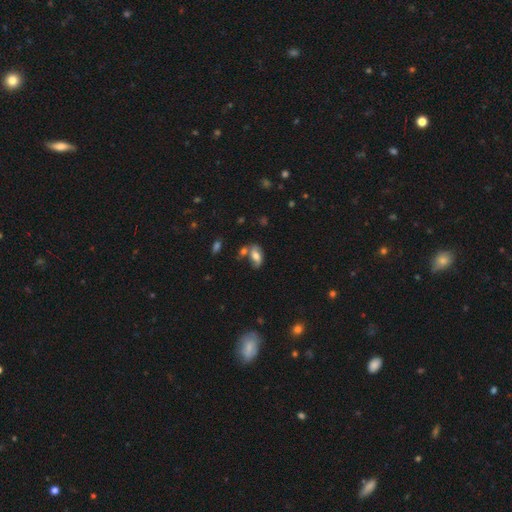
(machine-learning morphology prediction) This is likely a smooth galaxy (61%). How rounded: clearly in between (89%). Merging: possibly none (48%).